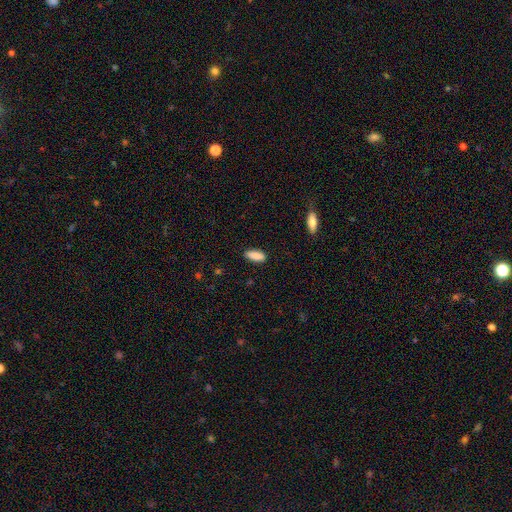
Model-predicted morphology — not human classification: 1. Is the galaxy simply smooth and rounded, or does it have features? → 89% smooth, 6% star or artifact, 5% featured or disk.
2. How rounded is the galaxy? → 74% in between, 24% cigar-shaped, 2% round.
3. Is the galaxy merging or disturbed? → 85% none, 11% minor disturbance, 2% major disturbance, 1% merger.